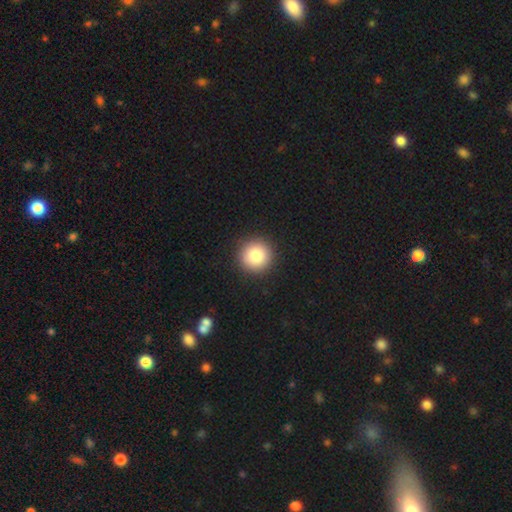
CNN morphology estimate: smooth 85%, star or artifact 9%, featured or disk 6%. Down the decision tree: how rounded — round (95%); merging — none (92%).